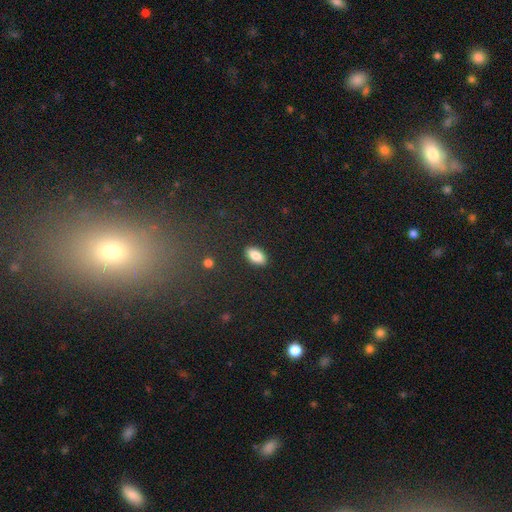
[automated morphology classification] A smooth galaxy with no disk features (86%) that is in between round and cigar-shaped (93%). Merging: none (89%).